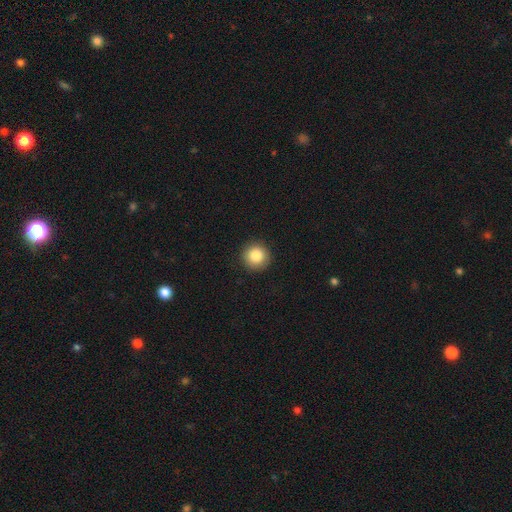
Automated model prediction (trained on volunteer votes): This appears to be a smooth galaxy with no disk features (86%) that is round (95%). Merging: none (92%).